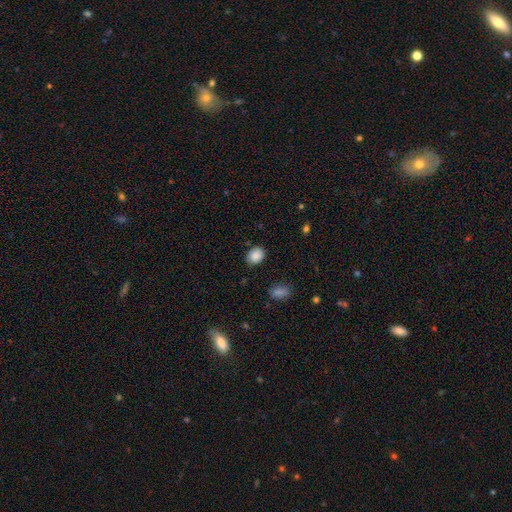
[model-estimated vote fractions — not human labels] smooth_or_featured: smooth (p=0.87) [alt: star or artifact p=0.08]
how_rounded: in between (p=0.54) [alt: round p=0.45]
merging: none (p=0.85) [alt: minor disturbance p=0.11]